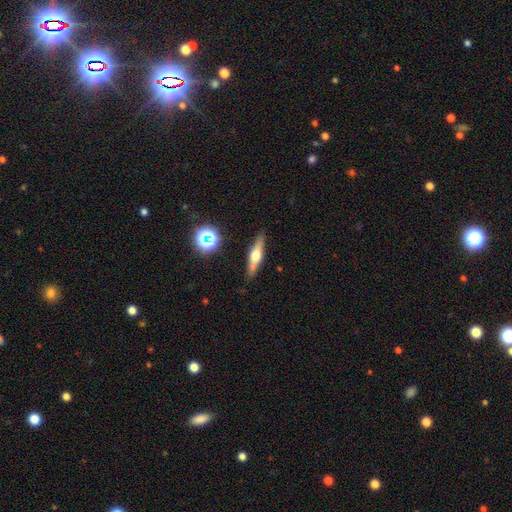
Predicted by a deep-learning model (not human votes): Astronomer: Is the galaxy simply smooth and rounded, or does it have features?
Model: featured or disk — 59%.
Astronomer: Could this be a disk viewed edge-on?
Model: yes — 93%.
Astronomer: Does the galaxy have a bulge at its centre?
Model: rounded — 91%.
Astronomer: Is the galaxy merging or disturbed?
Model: none — 86%.